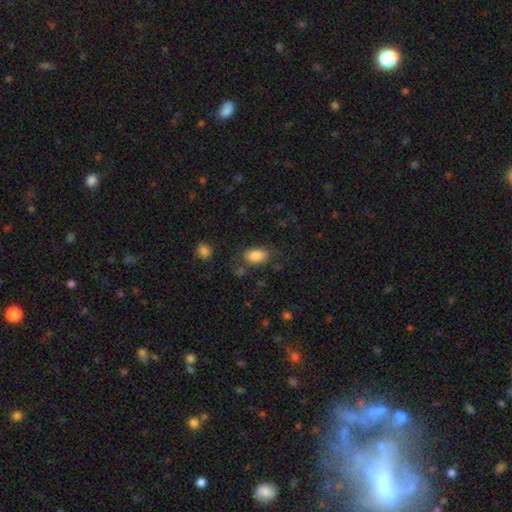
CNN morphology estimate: A smooth galaxy with no disk features (85%) that is in between round and cigar-shaped (91%).

Vote fractions:
- Smooth or featured? smooth: 85% / star or artifact: 8% / featured or disk: 7%
- How rounded? in between: 91% / round: 7% / cigar-shaped: 2%
- Merging? none: 72% / minor disturbance: 17% / major disturbance: 7% / merger: 5%